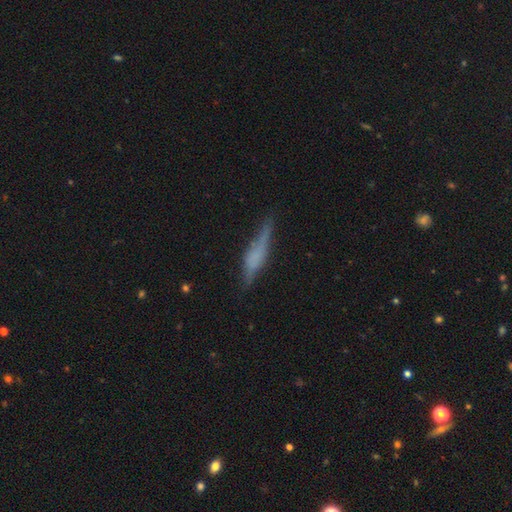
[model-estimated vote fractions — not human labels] Smooth or featured: featured or disk — 49% (smooth — 41%)
Merging: none — 59% (minor disturbance — 28%)